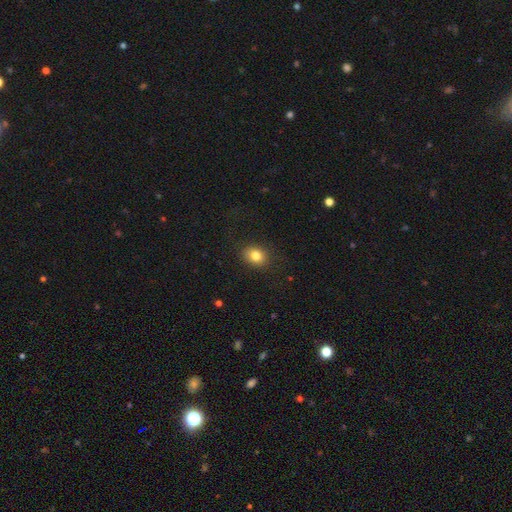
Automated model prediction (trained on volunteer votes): Morphology: type=smooth (82%); roundness=round (50%); merging=none (83%).